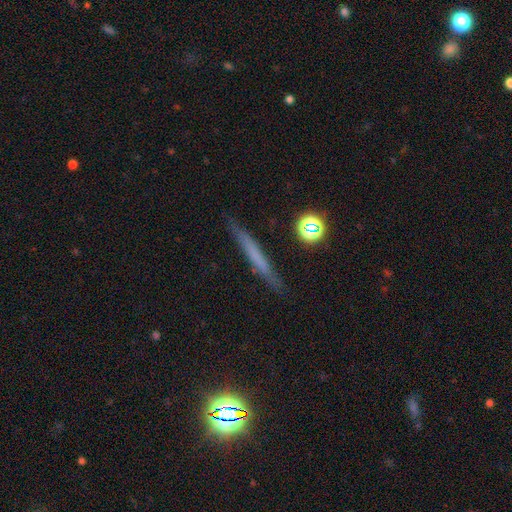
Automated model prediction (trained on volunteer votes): Overall: smooth (51%; featured or disk 39%). How rounded: cigar-shaped (94%). Merging: none (87%).